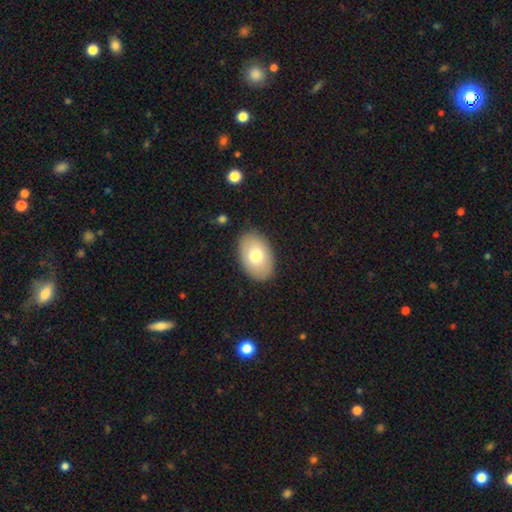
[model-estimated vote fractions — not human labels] The model was most divided on "smooth or featured": smooth: 74%, featured or disk: 19%, star or artifact: 7%. More confident: how rounded — in between (89%); merging — none (87%).